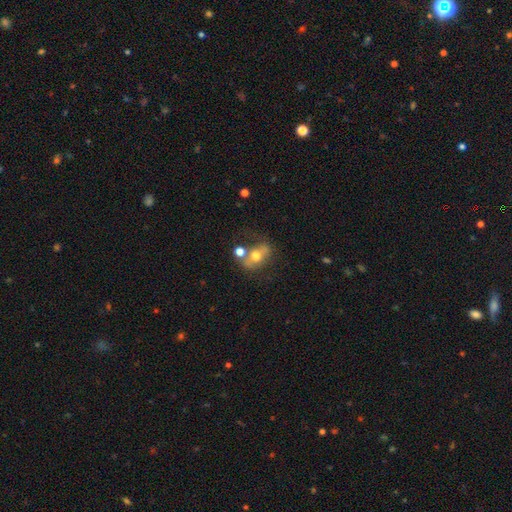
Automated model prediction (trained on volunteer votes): This is possibly a smooth galaxy (48%). Merging: possibly none (46%).